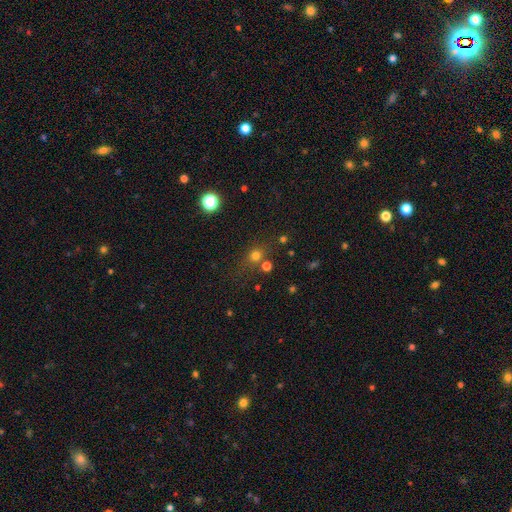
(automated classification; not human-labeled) smooth-or-featured: smooth: 70% | star or artifact: 22% | featured or disk: 8%
  how-rounded: round: 81% | in between: 18% | cigar-shaped: 1%
  merging: none: 69% | merger: 13% | minor disturbance: 12% | major disturbance: 6%